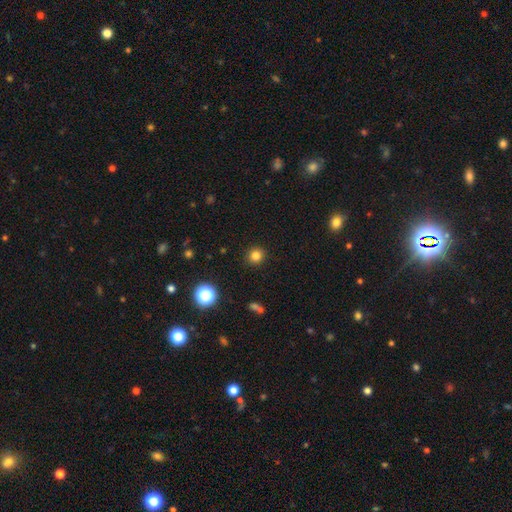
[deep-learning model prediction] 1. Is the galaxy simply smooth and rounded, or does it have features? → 82% smooth, 14% star or artifact, 5% featured or disk.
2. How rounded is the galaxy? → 89% round, 10% in between, 1% cigar-shaped.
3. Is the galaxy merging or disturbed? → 91% none, 6% minor disturbance, 2% major disturbance, 1% merger.